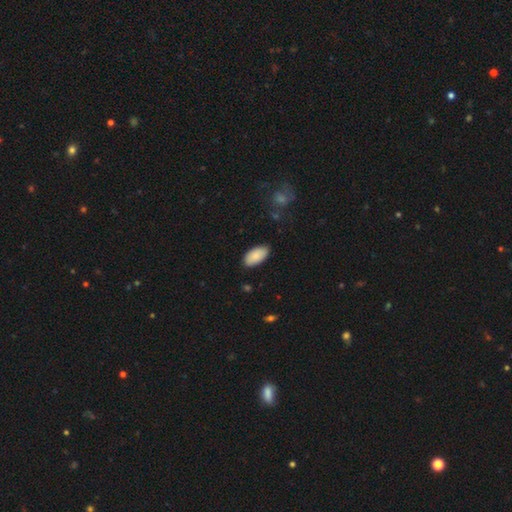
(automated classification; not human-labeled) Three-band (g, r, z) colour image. It shows a smooth galaxy with no disk features (86%) that is in between round and cigar-shaped (95%). Merging: none (85%).